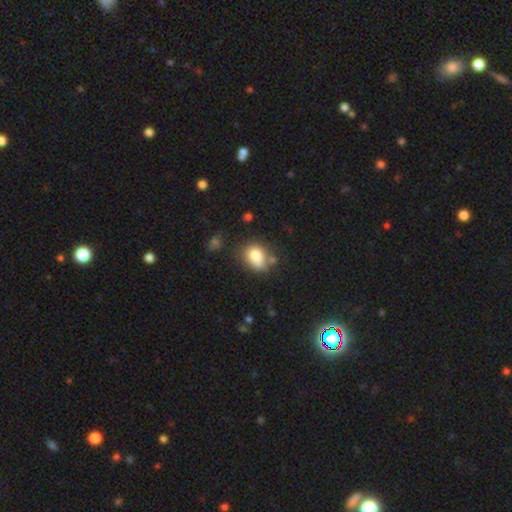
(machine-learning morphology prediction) Smooth or featured? Predicted: smooth (p=0.79). How rounded? Predicted: in between (p=0.54). Merging? Predicted: none (p=0.57).